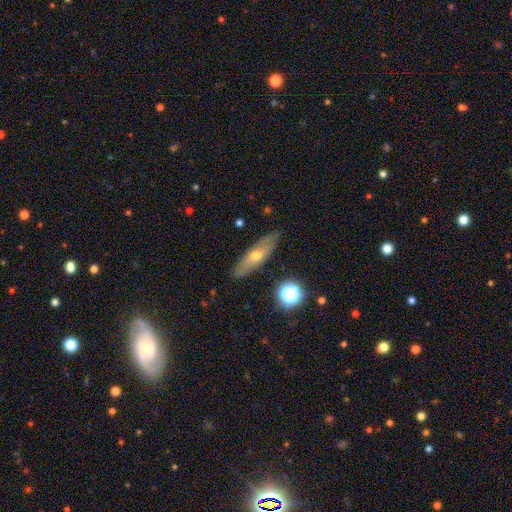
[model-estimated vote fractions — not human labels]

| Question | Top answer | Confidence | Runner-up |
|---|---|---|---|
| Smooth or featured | featured or disk | 50% | smooth (39%) |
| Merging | none | 85% | minor disturbance (11%) |